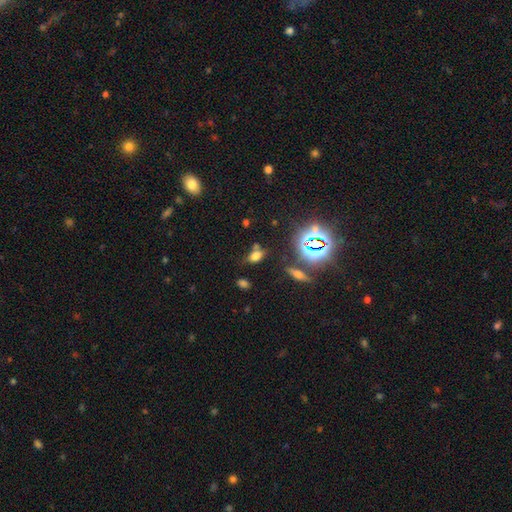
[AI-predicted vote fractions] This appears to be a smooth galaxy with no disk features (61%) that is in between round and cigar-shaped (82%). Merging: none (64%).